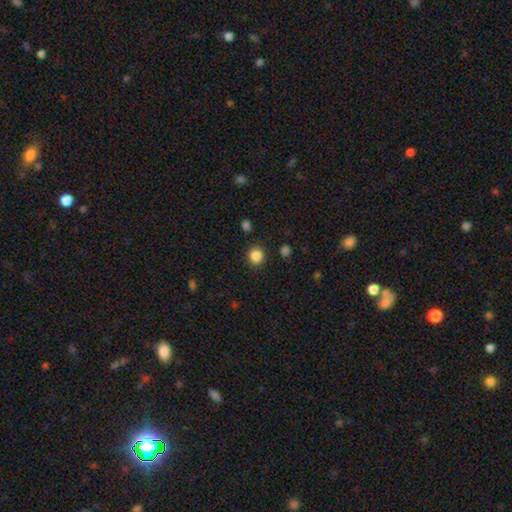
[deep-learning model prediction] Smooth or featured? Predicted: smooth (p=0.86). How rounded? Predicted: round (p=0.88). Merging? Predicted: none (p=0.88).